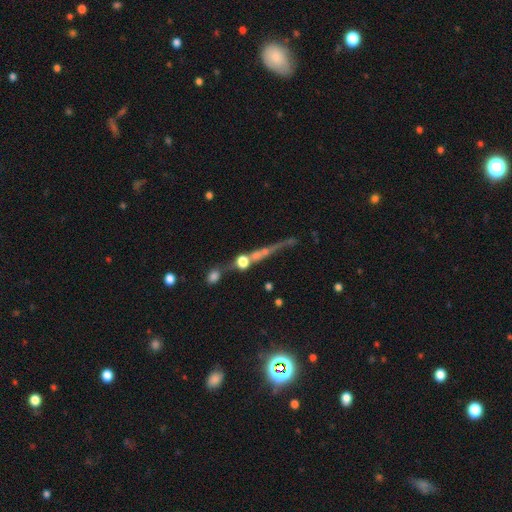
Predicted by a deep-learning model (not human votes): Smooth or featured? featured or disk (46%)
Merging? none (53%)